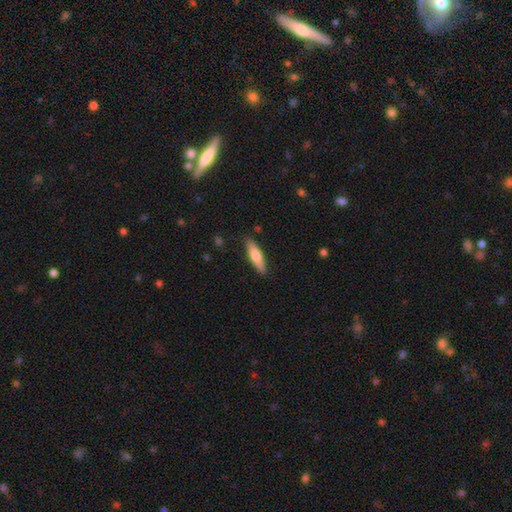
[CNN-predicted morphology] Q: Smooth or featured?
A: smooth (65%); runner-up: featured or disk (29%)
Q: How rounded?
A: cigar-shaped (70%); runner-up: in between (28%)
Q: Merging?
A: none (87%); runner-up: minor disturbance (10%)